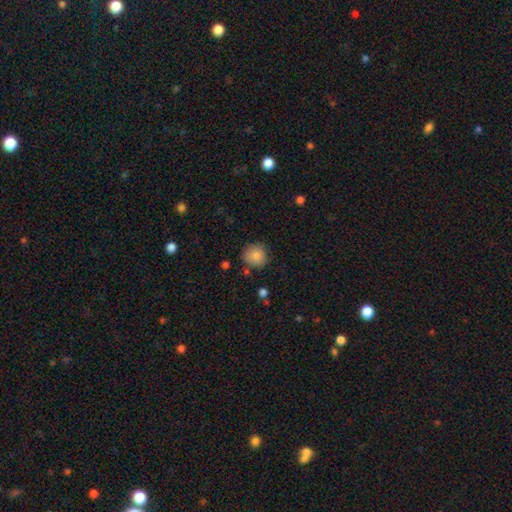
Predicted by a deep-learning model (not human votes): Smooth or featured?
  - smooth: 85% *
  - star or artifact: 9%
  - featured or disk: 6%
How rounded?
  - round: 90% *
  - in between: 9%
  - cigar-shaped: 1%
Merging?
  - none: 80% *
  - minor disturbance: 14%
  - major disturbance: 3%
  - merger: 3%